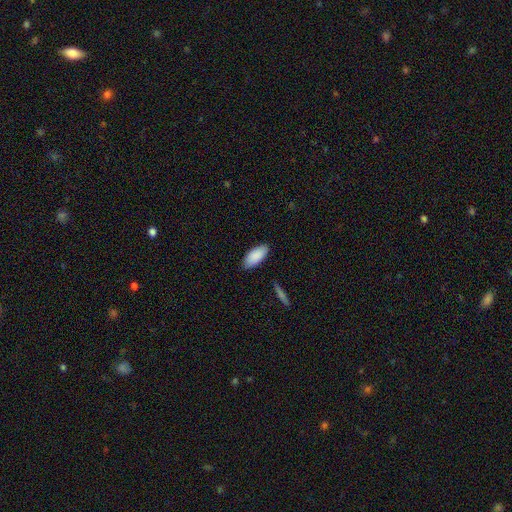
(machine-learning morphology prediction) Smooth or featured? smooth (89%)
How rounded? in between (91%)
Merging? none (85%)